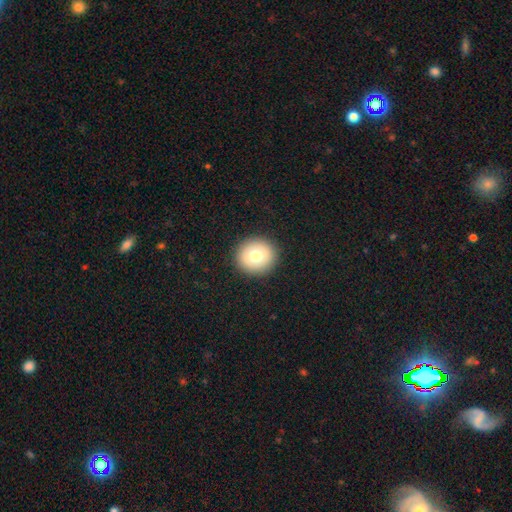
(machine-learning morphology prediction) smooth 72%, featured or disk 19%, star or artifact 9%. Down the decision tree: how rounded — round (91%); merging — none (92%).